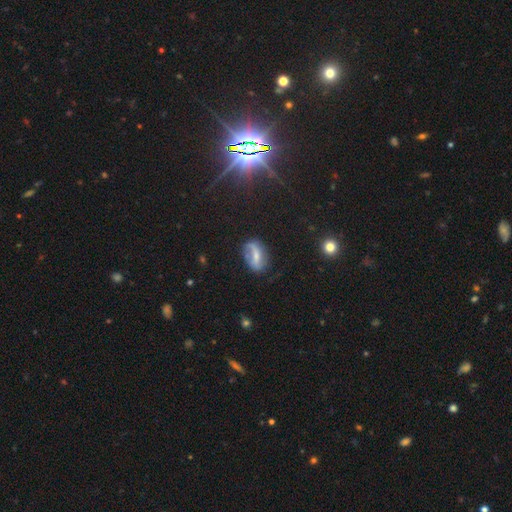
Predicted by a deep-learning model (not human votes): smooth_or_featured: featured or disk (p=0.53) [alt: smooth p=0.36]
disk_edge_on: no (p=0.89) [alt: yes p=0.11]
merging: none (p=0.61) [alt: minor disturbance p=0.25]